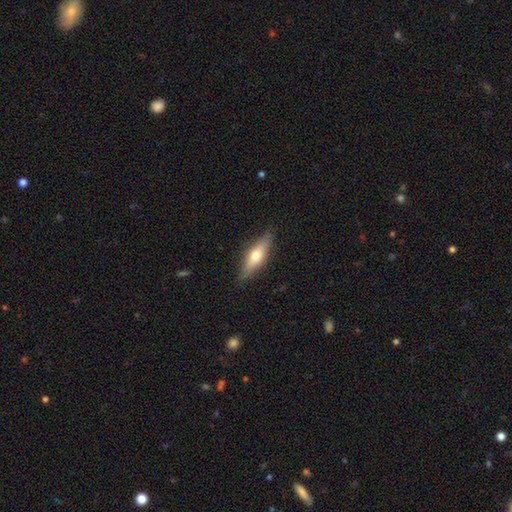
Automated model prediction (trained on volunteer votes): Smooth or featured?
  - smooth: 48% *
  - featured or disk: 46%
  - star or artifact: 6%
Merging?
  - none: 85% *
  - minor disturbance: 11%
  - major disturbance: 2%
  - merger: 1%